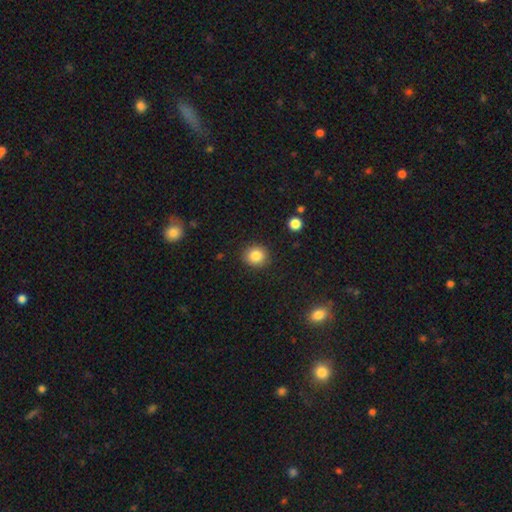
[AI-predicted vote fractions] Smooth or featured: smooth — 84% (star or artifact — 10%)
How rounded: round — 84% (in between — 15%)
Merging: none — 90% (minor disturbance — 7%)